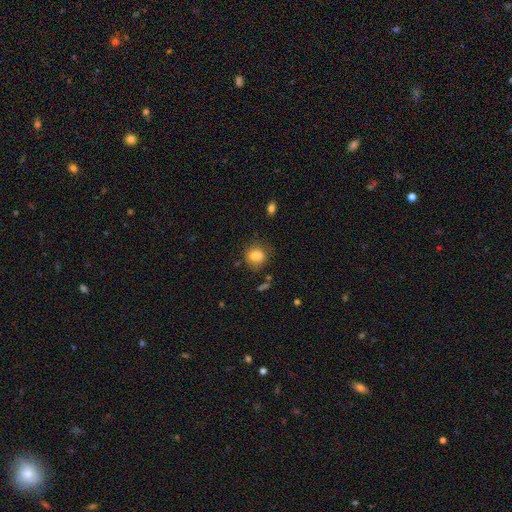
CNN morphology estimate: Smooth or featured? smooth (78%)
How rounded? round (67%)
Merging? none (58%)